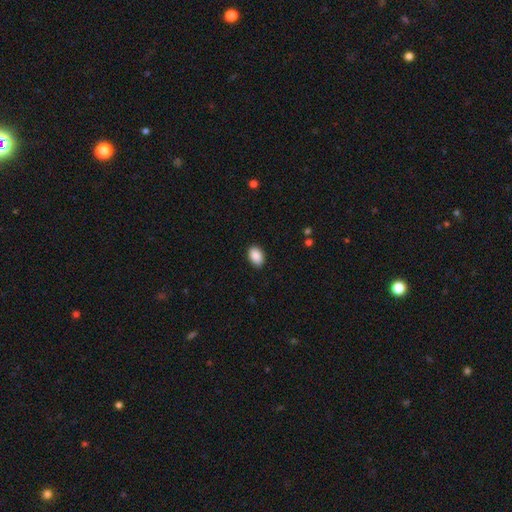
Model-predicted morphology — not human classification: Smooth or featured: smooth — 90% (star or artifact — 7%)
How rounded: in between — 87% (round — 12%)
Merging: none — 89% (minor disturbance — 8%)